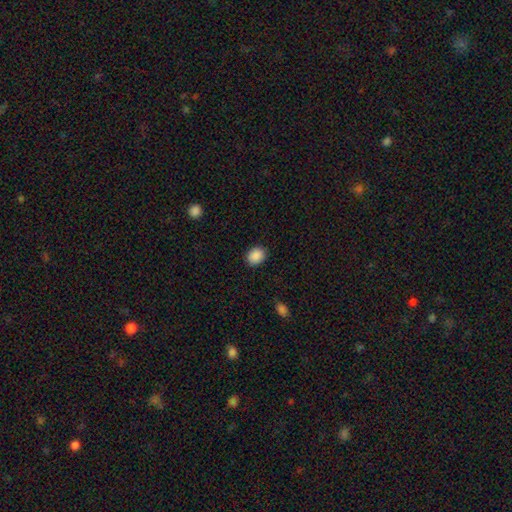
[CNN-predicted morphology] smooth_or_featured: smooth (p=0.89) [alt: star or artifact p=0.08]
how_rounded: round (p=0.50) [alt: in between p=0.49]
merging: none (p=0.89) [alt: minor disturbance p=0.08]